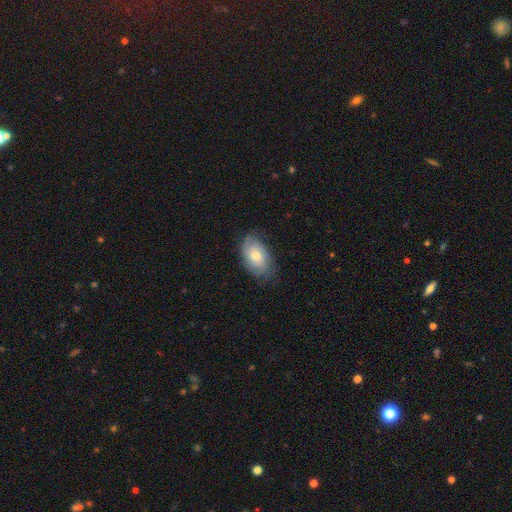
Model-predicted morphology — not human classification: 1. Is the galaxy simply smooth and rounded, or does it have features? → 63% smooth, 30% featured or disk, 7% star or artifact.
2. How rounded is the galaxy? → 91% in between, 7% round, 2% cigar-shaped.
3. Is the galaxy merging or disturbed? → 71% none, 22% minor disturbance, 5% major disturbance, 1% merger.